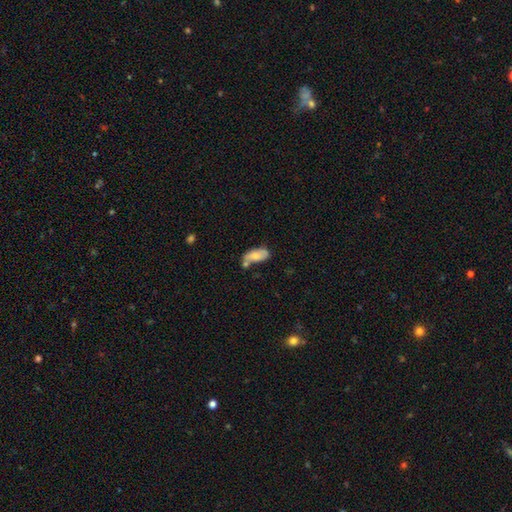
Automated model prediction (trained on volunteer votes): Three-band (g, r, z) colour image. It shows a smooth galaxy with no disk features (72%) that is in between round and cigar-shaped (87%). Merging: none (41%).